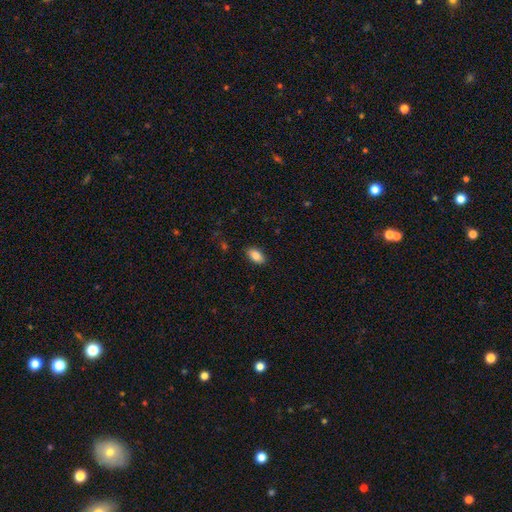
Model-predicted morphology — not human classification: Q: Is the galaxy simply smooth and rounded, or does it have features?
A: smooth — 87%.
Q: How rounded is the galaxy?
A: in between — 92%.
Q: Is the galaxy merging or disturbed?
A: none — 88%.